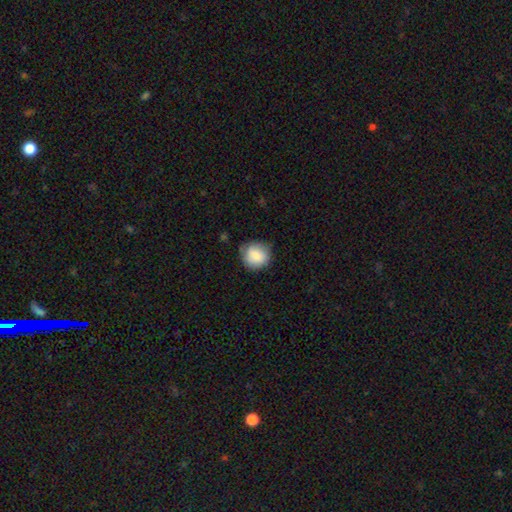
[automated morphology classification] smooth 81%, featured or disk 12%, star or artifact 7%. Down the decision tree: how rounded — round (87%); merging — none (70%).